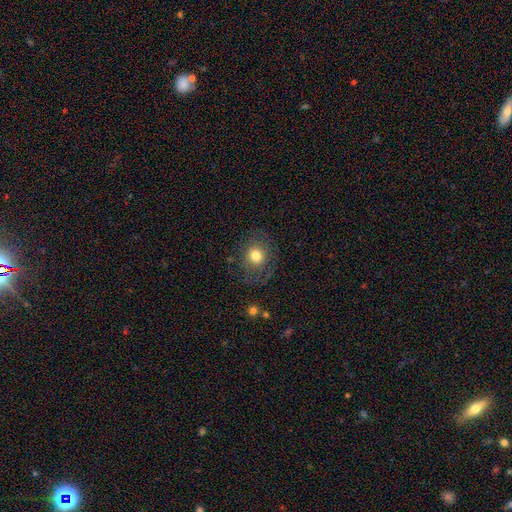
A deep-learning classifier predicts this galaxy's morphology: Smooth or featured? Predicted: smooth (p=0.73). How rounded? Predicted: round (p=0.74). Merging? Predicted: none (p=0.75).